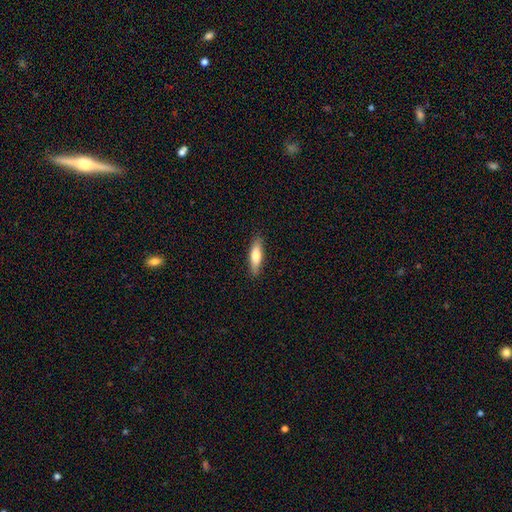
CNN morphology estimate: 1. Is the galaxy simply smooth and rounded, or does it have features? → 75% smooth, 19% featured or disk, 6% star or artifact.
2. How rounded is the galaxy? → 61% cigar-shaped, 37% in between, 2% round.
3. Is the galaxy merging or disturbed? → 87% none, 10% minor disturbance, 2% major disturbance, 1% merger.